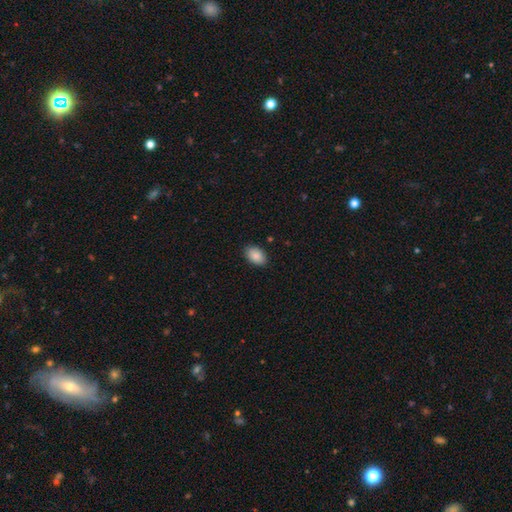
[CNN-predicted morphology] Overall: smooth (89%). How rounded: in between (90%). Merging: none (89%).